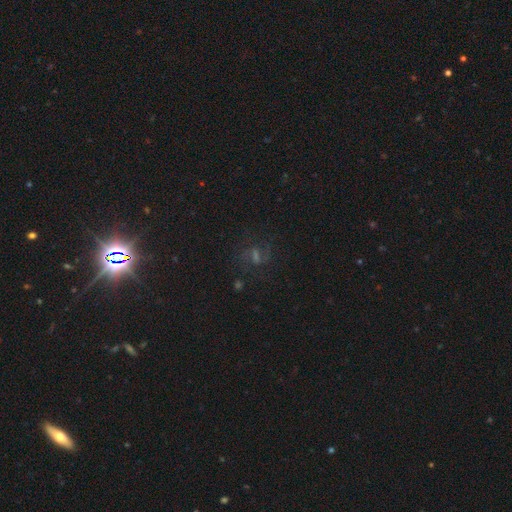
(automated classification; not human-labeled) Smooth or featured: featured or disk — 44% (star or artifact — 36%)
Merging: none — 69% (minor disturbance — 14%)